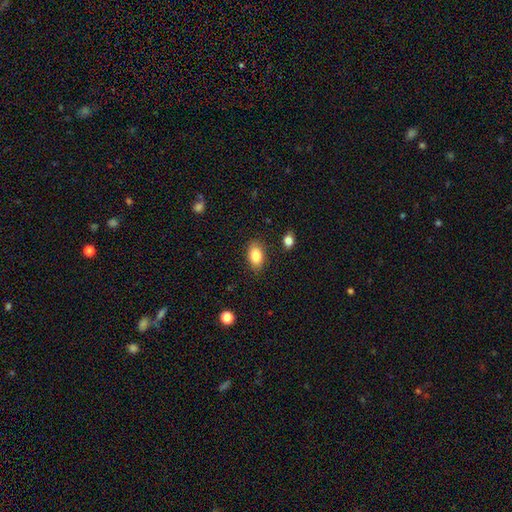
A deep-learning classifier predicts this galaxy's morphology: A smooth galaxy with no disk features (84%) that is in between round and cigar-shaped (88%). Merging: none (84%).